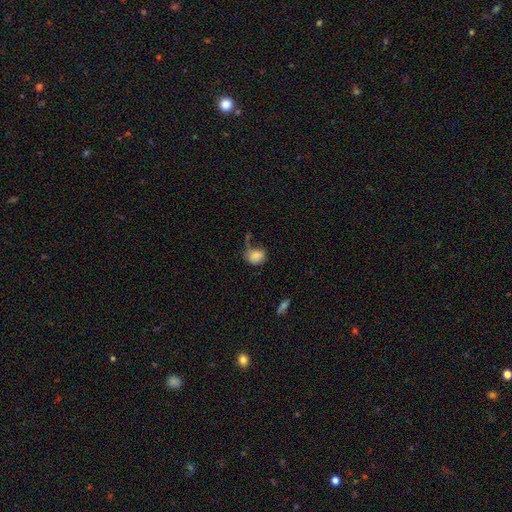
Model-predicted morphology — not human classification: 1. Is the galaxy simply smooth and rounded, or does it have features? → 81% smooth, 11% featured or disk, 8% star or artifact.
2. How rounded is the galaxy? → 52% round, 47% in between, 1% cigar-shaped.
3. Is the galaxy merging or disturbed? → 49% none, 27% minor disturbance, 13% major disturbance, 11% merger.